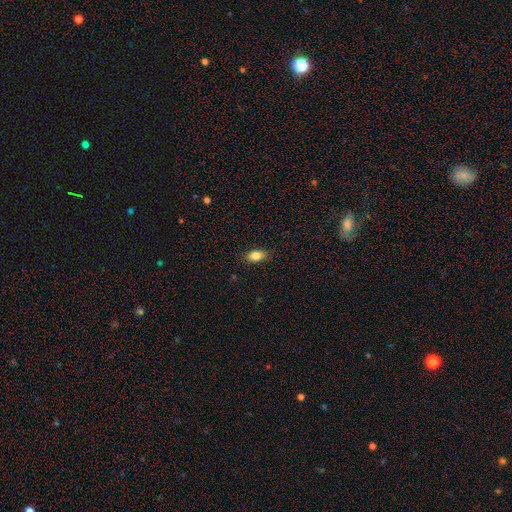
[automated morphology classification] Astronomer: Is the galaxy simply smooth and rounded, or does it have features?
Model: smooth — 83%.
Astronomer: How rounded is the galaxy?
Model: in between — 87%.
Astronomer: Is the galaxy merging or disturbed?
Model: none — 85%.